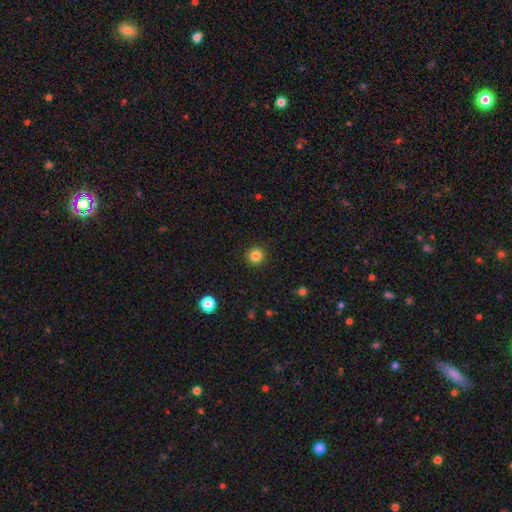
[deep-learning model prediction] smooth_or_featured: smooth (p=0.84) [alt: star or artifact p=0.12]
how_rounded: round (p=0.96) [alt: in between p=0.04]
merging: none (p=0.93) [alt: minor disturbance p=0.05]